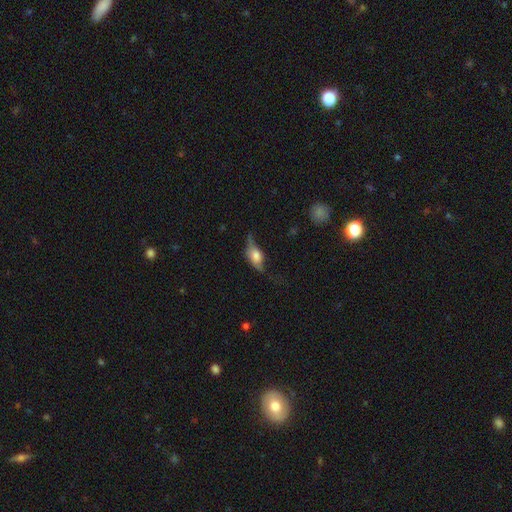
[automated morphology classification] This appears to be a smooth galaxy with no disk features (46%, tied with featured or disk). Merging: none (40%).